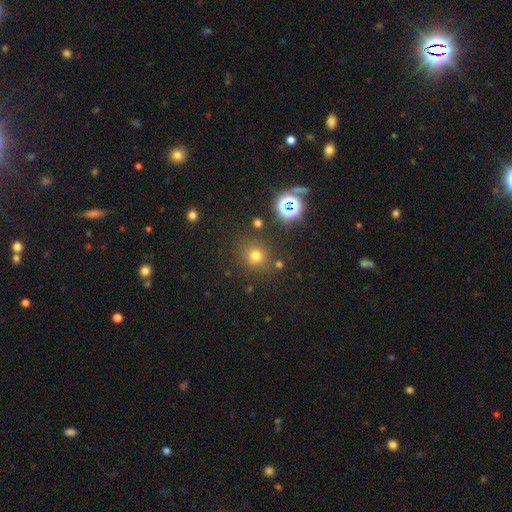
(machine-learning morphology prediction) smooth 69%, star or artifact 24%, featured or disk 6%. Down the decision tree: how rounded — round (90%); merging — none (82%).